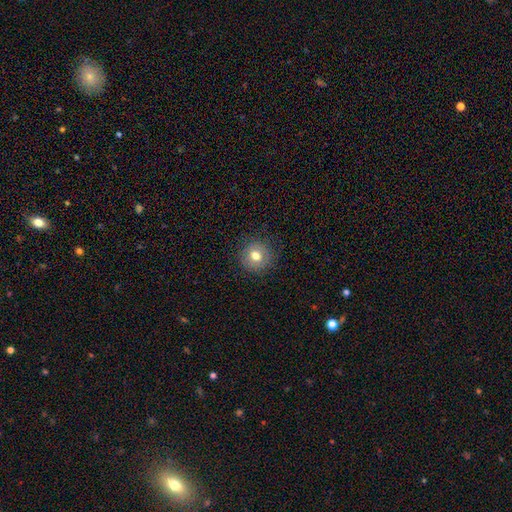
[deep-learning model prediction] Smooth or featured: smooth — 72% (featured or disk — 16%)
How rounded: round — 91% (in between — 8%)
Merging: none — 87% (minor disturbance — 9%)